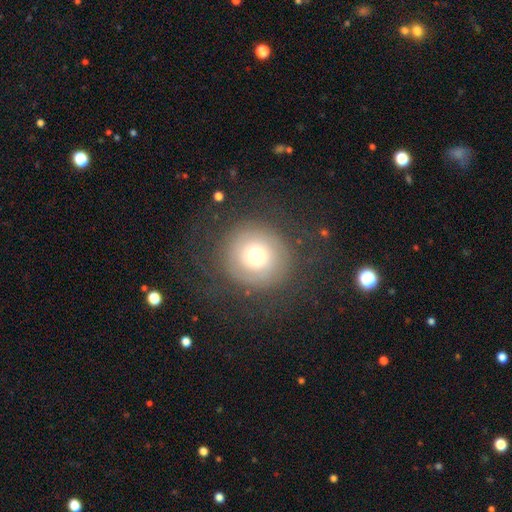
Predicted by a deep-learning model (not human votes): A smooth galaxy with no disk features (56%) that is round (94%).

Vote fractions:
- Smooth or featured? smooth: 56% / featured or disk: 31% / star or artifact: 13%
- How rounded? round: 94% / in between: 5% / cigar-shaped: 1%
- Merging? none: 74% / major disturbance: 13% / minor disturbance: 12% / merger: 1%